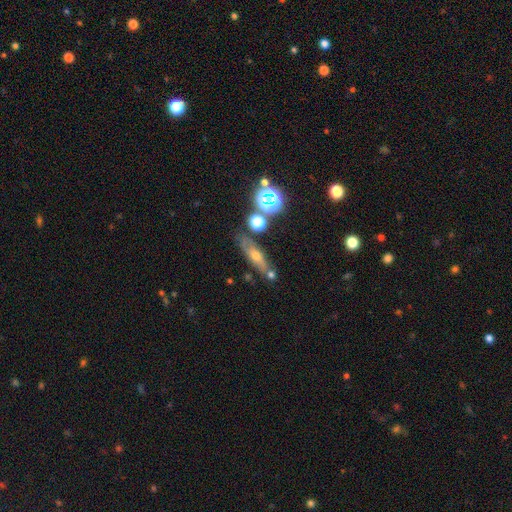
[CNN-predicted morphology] Q: Smooth or featured?
A: featured or disk (40%); runner-up: smooth (39%)
Q: Merging?
A: none (70%); runner-up: minor disturbance (15%)